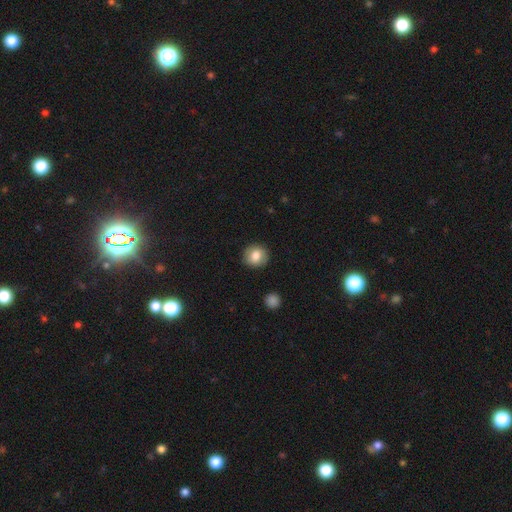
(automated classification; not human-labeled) This appears to be a smooth galaxy with no disk features (83%) that is round (86%). Merging: none (88%).